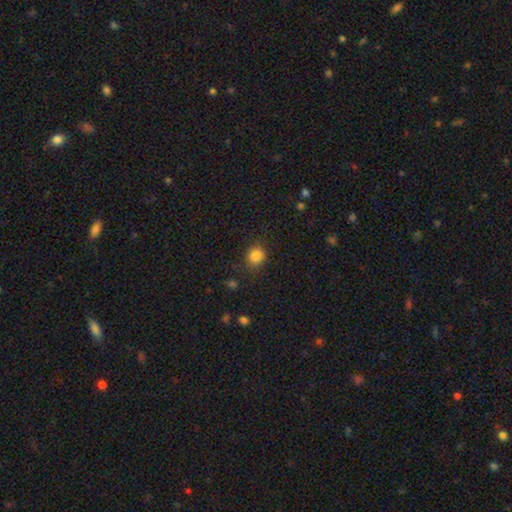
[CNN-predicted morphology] Smooth or featured: smooth — 84% (star or artifact — 11%)
How rounded: round — 74% (in between — 25%)
Merging: none — 76% (minor disturbance — 16%)